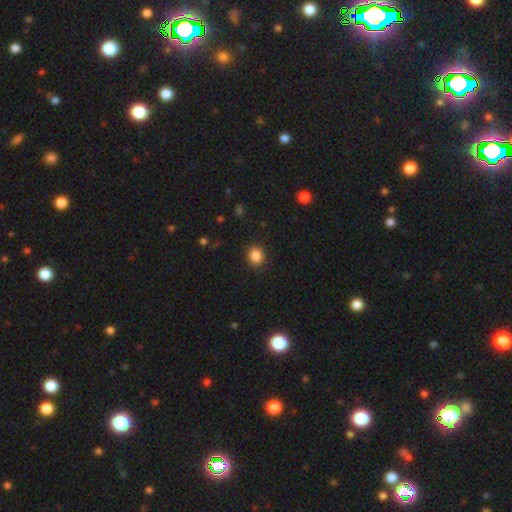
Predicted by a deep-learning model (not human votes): Overall: smooth (87%). How rounded: round (56%; in between 43%). Merging: none (88%).